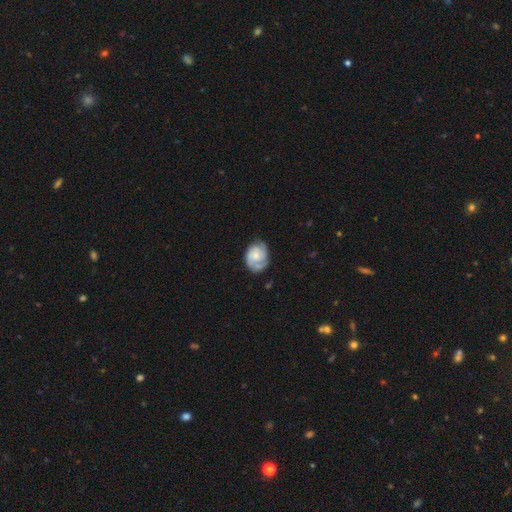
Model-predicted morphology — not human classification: Overall: featured or disk (65%; smooth 29%). Edge-on disk: no (98%). Bar: no (75%). Spiral arms: yes (90%). Spiral arm count: 2 (46%; can't tell 22%). Spiral winding: tight (52%; medium 36%). Bulge size: small (52%; moderate 37%). Merging: none (64%; minor disturbance 25%).